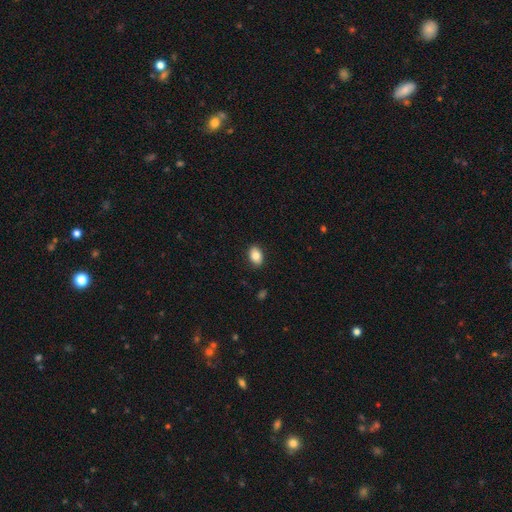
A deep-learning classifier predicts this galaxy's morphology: A smooth galaxy with no disk features (84%) that is in between round and cigar-shaped (86%).

Vote fractions:
- Smooth or featured? smooth: 84% / featured or disk: 8% / star or artifact: 7%
- How rounded? in between: 86% / round: 12% / cigar-shaped: 1%
- Merging? none: 89% / minor disturbance: 8% / major disturbance: 2% / merger: 1%